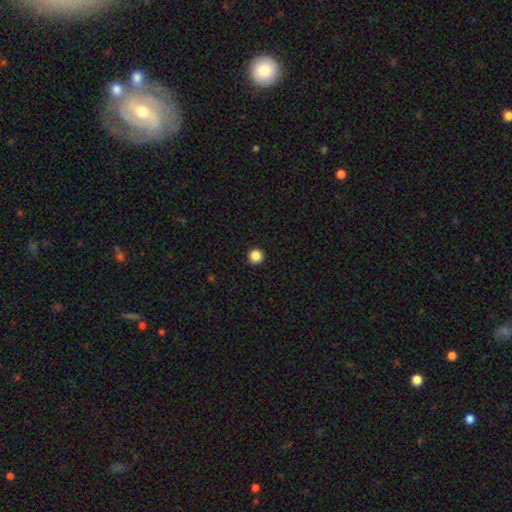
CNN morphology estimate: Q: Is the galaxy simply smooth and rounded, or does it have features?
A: smooth — 87%.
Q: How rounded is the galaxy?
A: round — 96%.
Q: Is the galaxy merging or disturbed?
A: none — 94%.